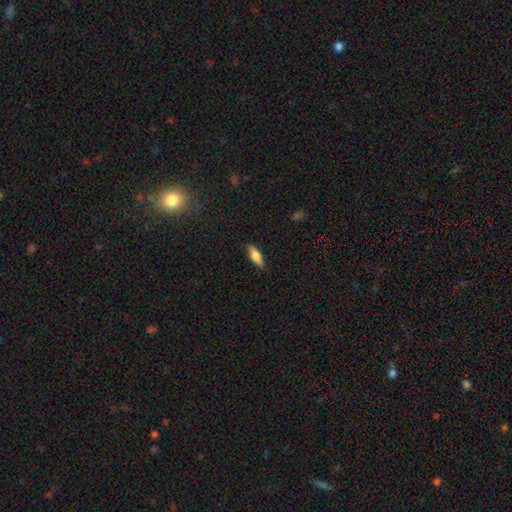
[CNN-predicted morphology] type=smooth (79%); roundness=in between (67%); merging=none (86%).